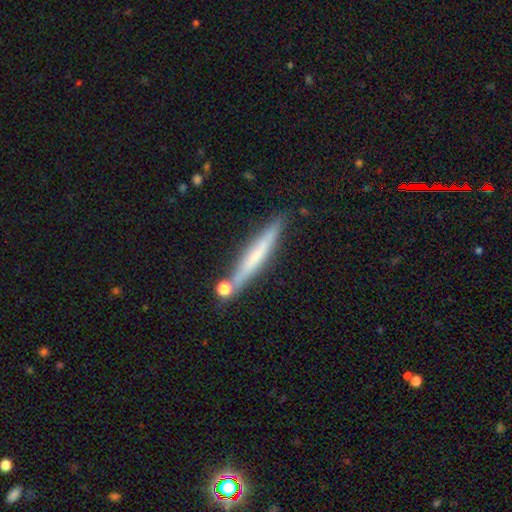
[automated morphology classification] Smooth or featured?
  - smooth: 50% *
  - featured or disk: 43%
  - star or artifact: 7%
How rounded?
  - cigar-shaped: 94% *
  - in between: 4%
  - round: 1%
Merging?
  - none: 77% *
  - minor disturbance: 12%
  - merger: 8%
  - major disturbance: 3%